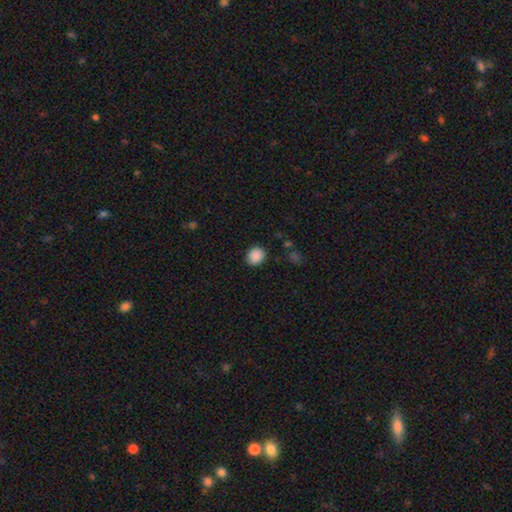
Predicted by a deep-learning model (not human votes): Smooth or featured?
  - smooth: 89% *
  - star or artifact: 8%
  - featured or disk: 3%
How rounded?
  - round: 62% *
  - in between: 38%
  - cigar-shaped: 1%
Merging?
  - none: 88% *
  - minor disturbance: 8%
  - major disturbance: 3%
  - merger: 1%